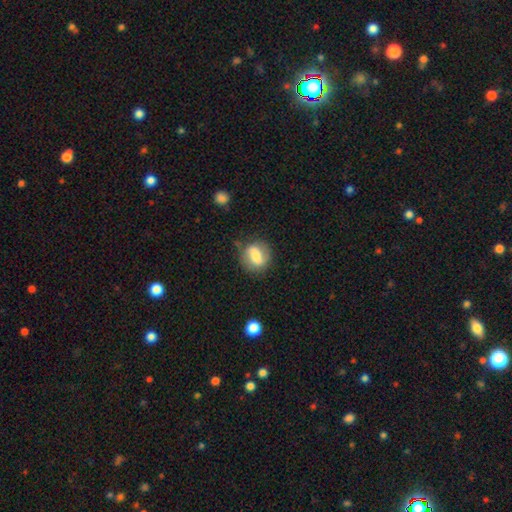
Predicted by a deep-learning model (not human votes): Smooth or featured? Predicted: smooth (p=0.68). How rounded? Predicted: in between (p=0.54). Merging? Predicted: none (p=0.68).